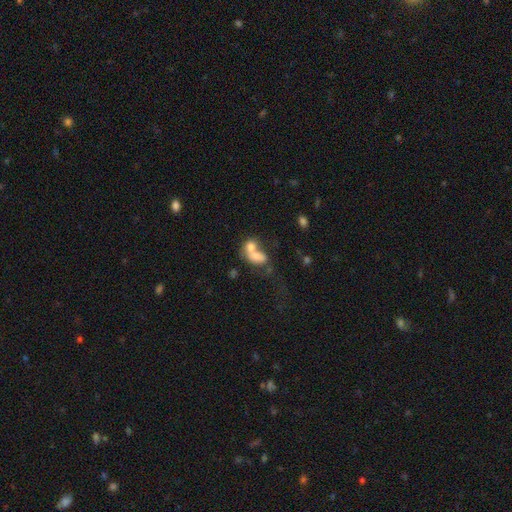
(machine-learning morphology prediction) Smooth or featured?
  - smooth: 68% *
  - featured or disk: 22%
  - star or artifact: 10%
How rounded?
  - in between: 78% *
  - round: 20%
  - cigar-shaped: 3%
Merging?
  - merger: 72% *
  - none: 14%
  - major disturbance: 8%
  - minor disturbance: 6%